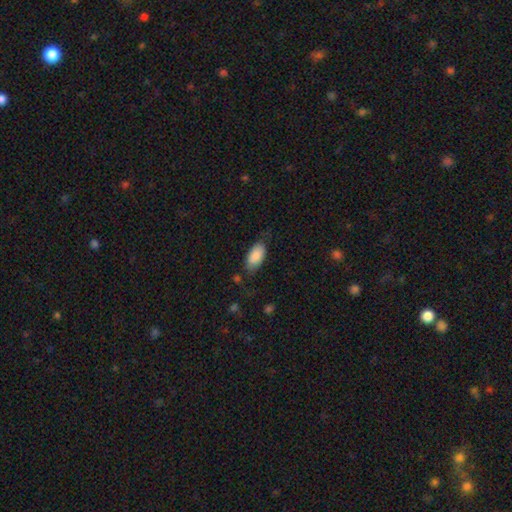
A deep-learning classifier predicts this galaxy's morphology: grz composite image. It shows a smooth galaxy with no disk features (86%) that is in between round and cigar-shaped (93%). Merging: none (68%).